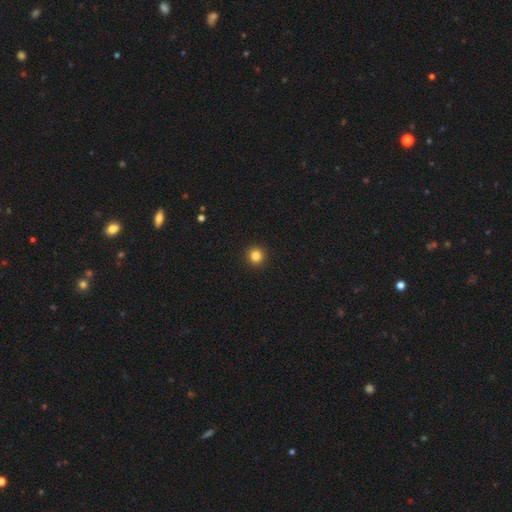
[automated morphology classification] smooth 84%, star or artifact 12%, featured or disk 4%. Down the decision tree: how rounded — round (95%); merging — none (94%).